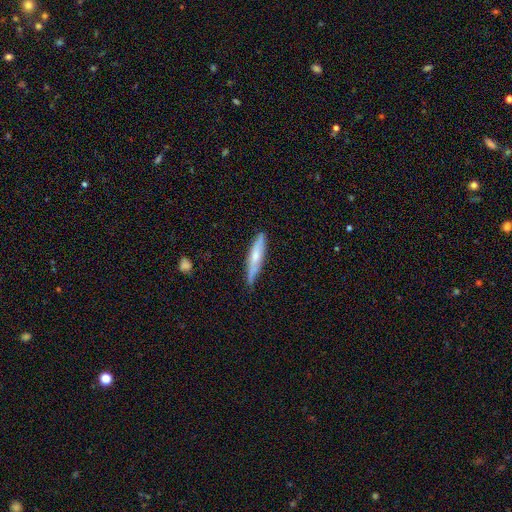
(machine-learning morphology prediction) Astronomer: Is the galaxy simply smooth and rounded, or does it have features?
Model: smooth — 55% (runner-up: featured or disk, 39%).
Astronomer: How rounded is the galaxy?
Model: cigar-shaped — 86%.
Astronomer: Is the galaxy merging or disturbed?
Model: none — 72%.